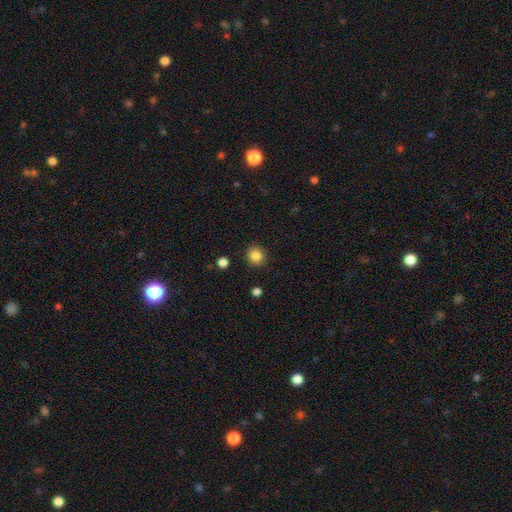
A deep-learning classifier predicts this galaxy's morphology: type=smooth (84%); roundness=round (91%); merging=none (91%).